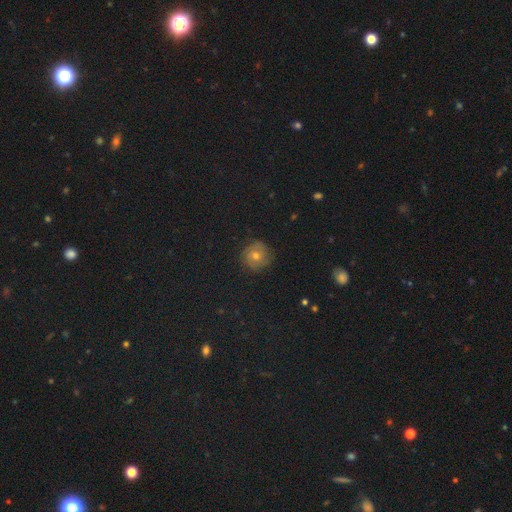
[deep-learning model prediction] smooth_or_featured: smooth (p=0.38) [alt: featured or disk p=0.34]
merging: none (p=0.82) [alt: minor disturbance p=0.12]